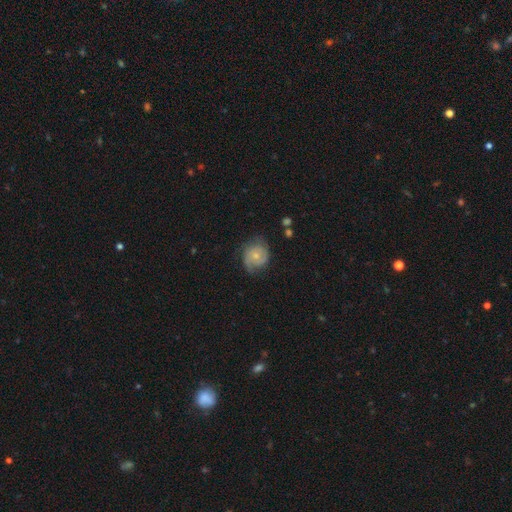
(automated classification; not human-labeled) featured or disk 58%, smooth 35%, star or artifact 7%. Down the decision tree: edge-on disk — no (97%); bar — no (76%); spiral arms — yes (86%); bulge size — small (56%); merging — none (59%).